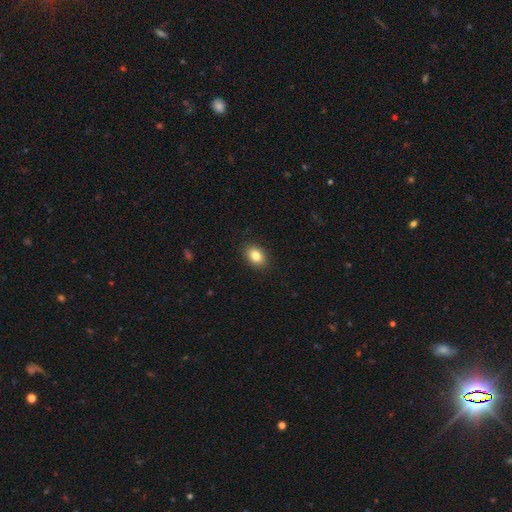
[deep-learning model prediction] A smooth galaxy with no disk features (83%) that is in between round and cigar-shaped (75%). Merging: none (90%).